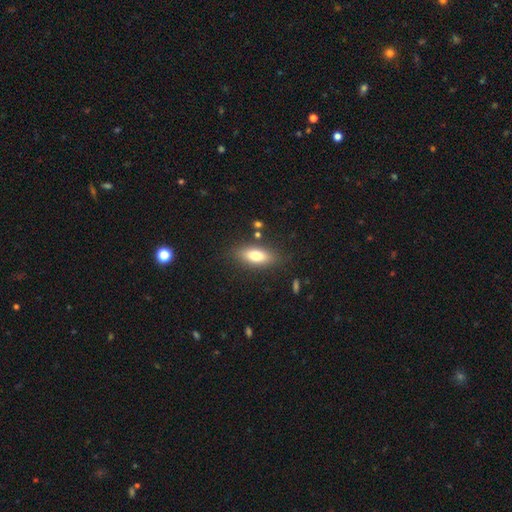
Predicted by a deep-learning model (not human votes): A smooth galaxy with no disk features (75%) that is in between round and cigar-shaped (76%).

Vote fractions:
- Smooth or featured? smooth: 75% / featured or disk: 17% / star or artifact: 8%
- How rounded? in between: 76% / cigar-shaped: 20% / round: 3%
- Merging? none: 82% / minor disturbance: 12% / major disturbance: 3% / merger: 3%